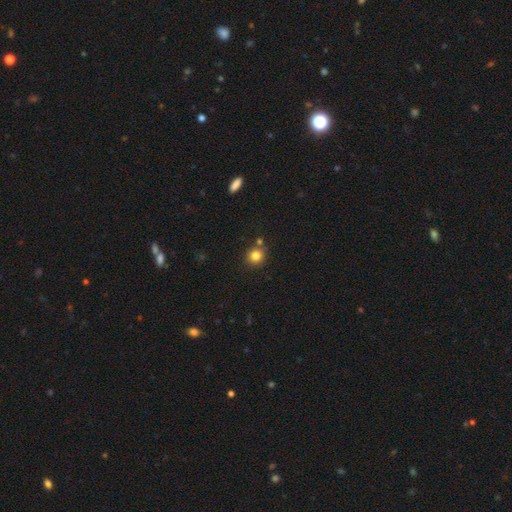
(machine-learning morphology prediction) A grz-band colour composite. It shows a smooth galaxy with no disk features (82%) that is round (89%). Merging: none (78%).